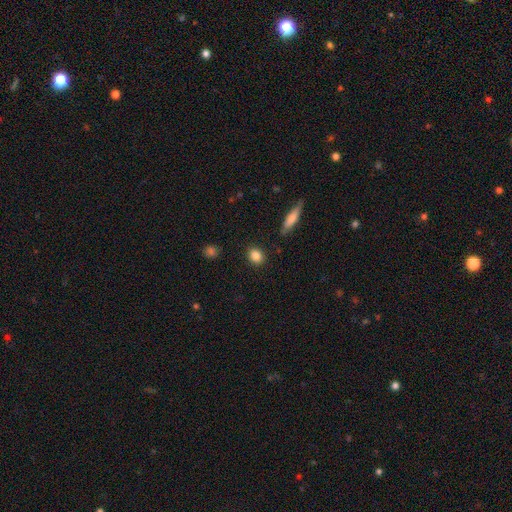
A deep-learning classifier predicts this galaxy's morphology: smooth-or-featured: smooth: 85% | star or artifact: 9% | featured or disk: 6%
  how-rounded: round: 53% | in between: 44% | cigar-shaped: 3%
  merging: none: 89% | minor disturbance: 7% | major disturbance: 2% | merger: 2%